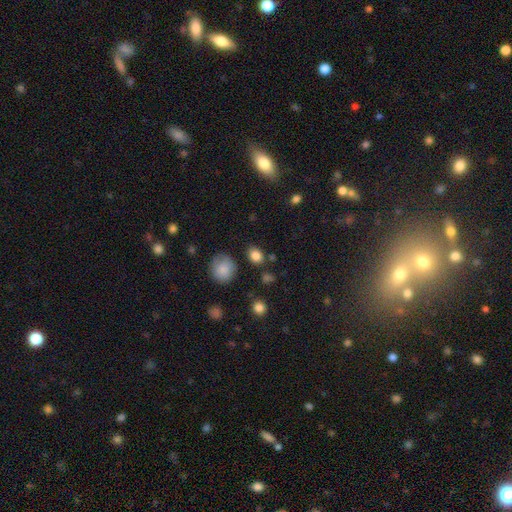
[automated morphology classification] Smooth or featured?
  - smooth: 83% *
  - star or artifact: 11%
  - featured or disk: 5%
How rounded?
  - in between: 52% *
  - round: 47%
  - cigar-shaped: 1%
Merging?
  - none: 78% *
  - minor disturbance: 12%
  - merger: 5%
  - major disturbance: 4%